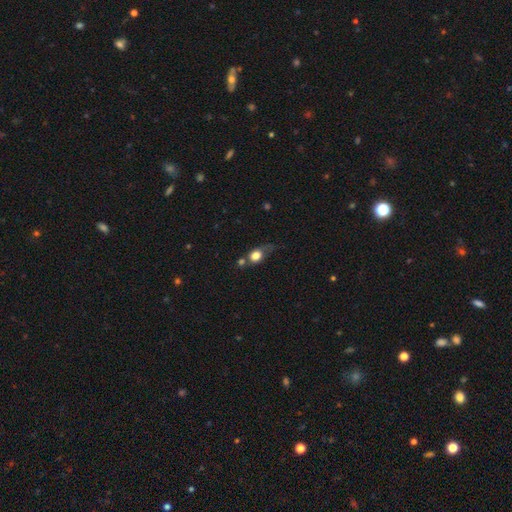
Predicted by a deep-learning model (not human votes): Overall: smooth (74%). How rounded: round (53%; in between 43%). Merging: none (33%; minor disturbance 23%).